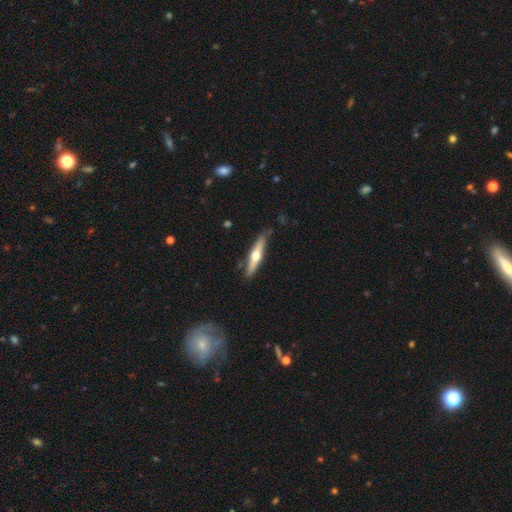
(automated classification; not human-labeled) featured or disk 60%, smooth 34%, star or artifact 5%. Down the decision tree: edge-on disk — yes (94%); edge-on bulge — rounded (94%); merging — none (84%).